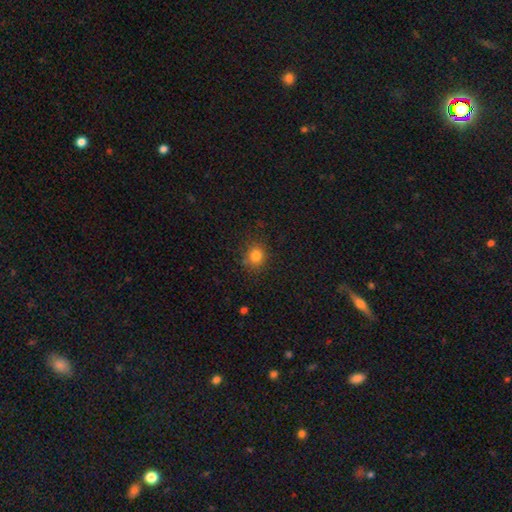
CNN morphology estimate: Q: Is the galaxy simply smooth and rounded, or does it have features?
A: smooth — 82%.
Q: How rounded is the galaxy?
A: round — 81%.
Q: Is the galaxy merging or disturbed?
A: none — 83%.